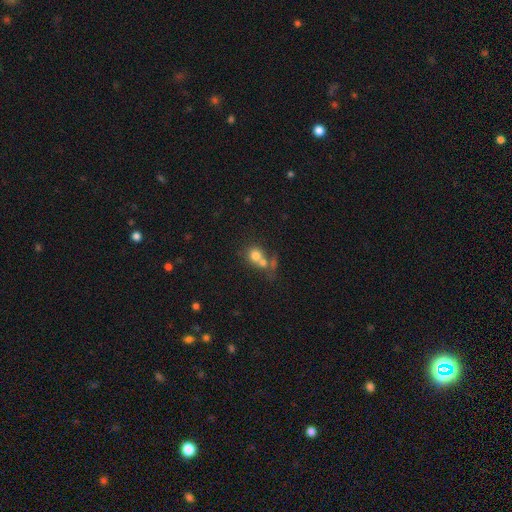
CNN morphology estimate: The model was most divided on "merging": merger: 57%, none: 29%, minor disturbance: 7%, major disturbance: 6%. More confident: how rounded — round (77%); smooth or featured — smooth (72%).